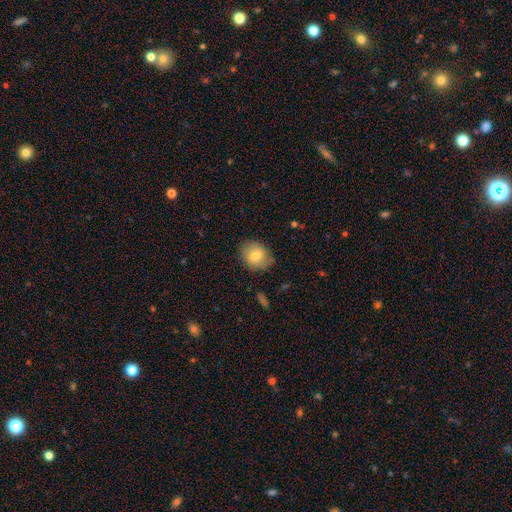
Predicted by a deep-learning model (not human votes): Morphology: type=smooth (78%); roundness=round (56%); merging=none (82%).